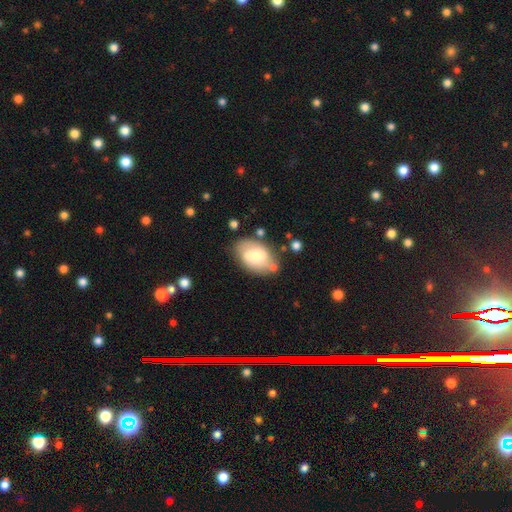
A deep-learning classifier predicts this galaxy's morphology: Smooth or featured?
  - smooth: 55% *
  - featured or disk: 38%
  - star or artifact: 7%
How rounded?
  - in between: 89% *
  - round: 9%
  - cigar-shaped: 1%
Merging?
  - none: 69% *
  - minor disturbance: 19%
  - merger: 6%
  - major disturbance: 6%